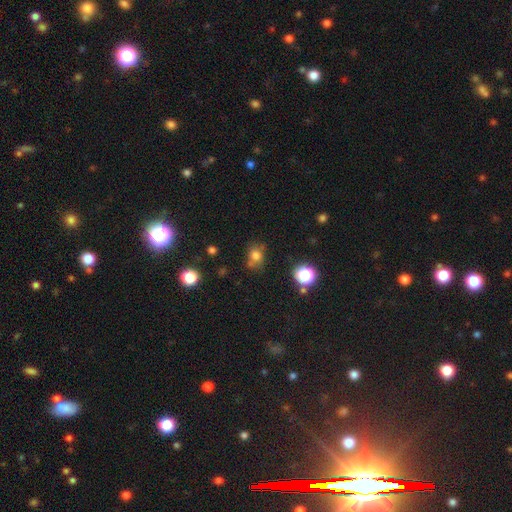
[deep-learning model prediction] smooth 74%, star or artifact 17%, featured or disk 9%. Down the decision tree: how rounded — round (62%); merging — none (61%).